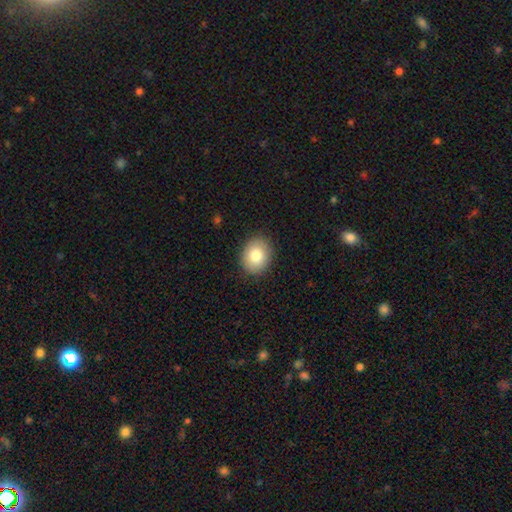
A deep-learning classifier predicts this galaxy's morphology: Q: Smooth or featured?
A: smooth (82%); runner-up: featured or disk (10%)
Q: How rounded?
A: round (53%); runner-up: in between (47%)
Q: Merging?
A: none (89%); runner-up: minor disturbance (8%)